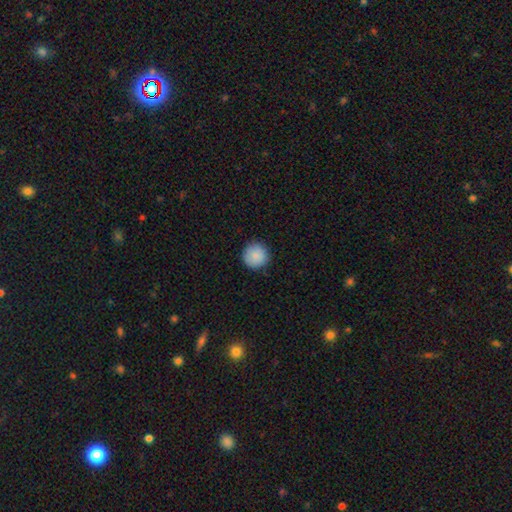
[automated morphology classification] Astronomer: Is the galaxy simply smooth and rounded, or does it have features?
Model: smooth — 86%.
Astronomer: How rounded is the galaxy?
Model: round — 96%.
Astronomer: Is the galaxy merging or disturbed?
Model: none — 89%.